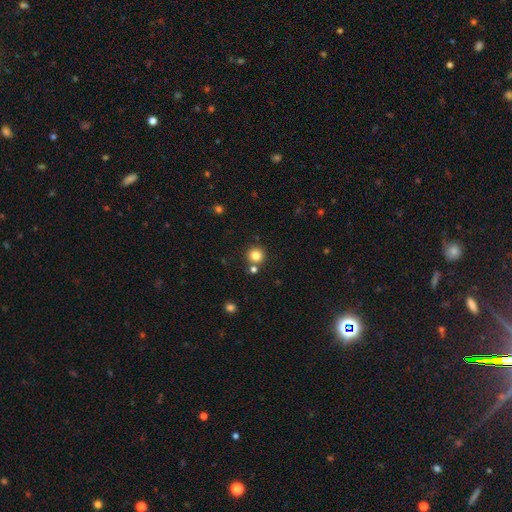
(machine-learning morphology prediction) Smooth or featured?
  - smooth: 82% *
  - star or artifact: 12%
  - featured or disk: 6%
How rounded?
  - round: 94% *
  - in between: 5%
  - cigar-shaped: 1%
Merging?
  - none: 81% *
  - merger: 10%
  - minor disturbance: 7%
  - major disturbance: 2%